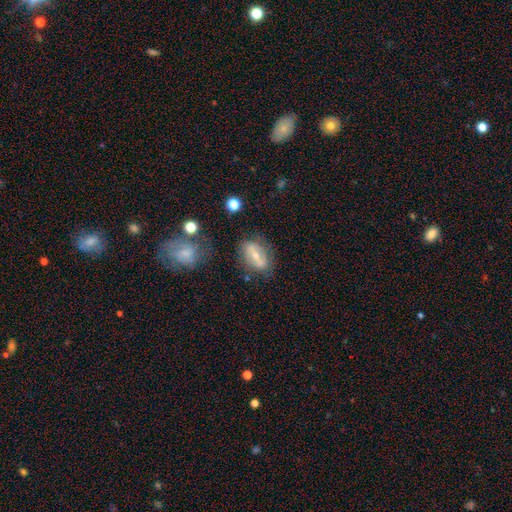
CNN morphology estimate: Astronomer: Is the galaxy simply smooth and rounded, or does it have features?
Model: featured or disk — 55% (runner-up: smooth, 36%).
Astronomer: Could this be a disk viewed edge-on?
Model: no — 87%.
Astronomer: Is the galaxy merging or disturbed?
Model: none — 69%.